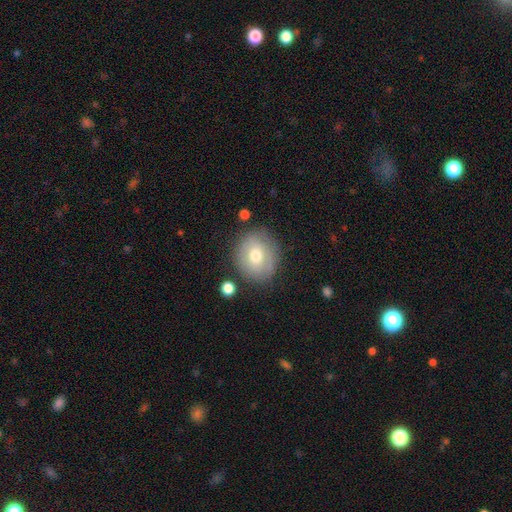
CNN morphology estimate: smooth_or_featured: smooth (p=0.56) [alt: featured or disk p=0.36]
how_rounded: round (p=0.76) [alt: in between p=0.23]
merging: none (p=0.77) [alt: minor disturbance p=0.15]